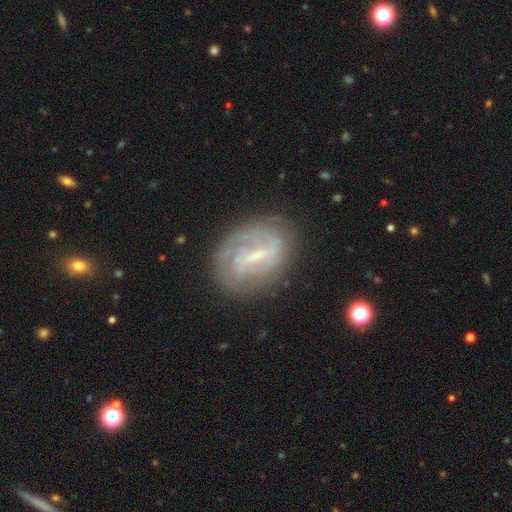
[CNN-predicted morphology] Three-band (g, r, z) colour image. It shows a featured or disk galaxy (74%) with a strong bar (44%), 2 (39%, tied with can't tell) tight (51%) spiral arms (78%) and a small central bulge (50%). Merging: none (69%).